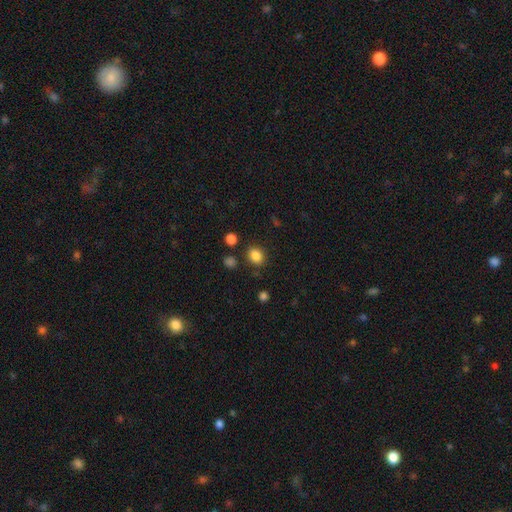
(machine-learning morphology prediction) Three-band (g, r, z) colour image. It shows a smooth galaxy with no disk features (85%) that is round (58%). Merging: none (82%).